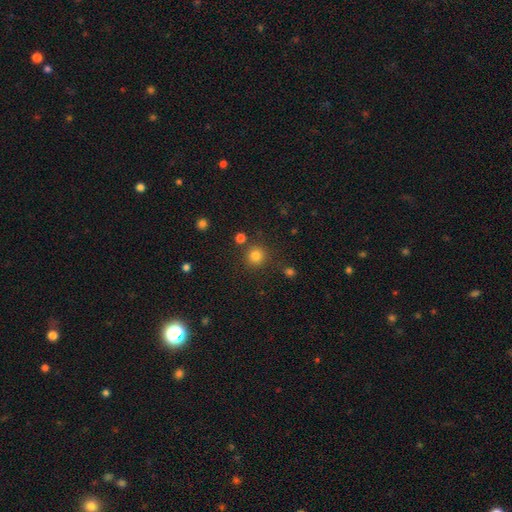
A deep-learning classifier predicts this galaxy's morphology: Smooth or featured?
  - smooth: 81% *
  - star or artifact: 14%
  - featured or disk: 5%
How rounded?
  - round: 93% *
  - in between: 6%
  - cigar-shaped: 1%
Merging?
  - none: 83% *
  - minor disturbance: 8%
  - merger: 6%
  - major disturbance: 3%